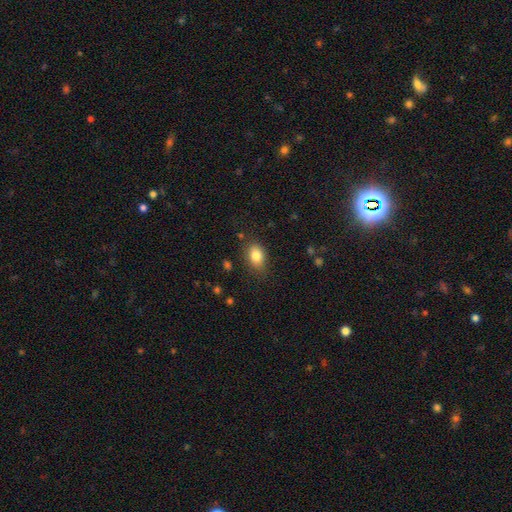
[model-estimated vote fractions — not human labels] Smooth or featured: smooth — 82% (featured or disk — 9%)
How rounded: in between — 80% (round — 18%)
Merging: none — 79% (minor disturbance — 16%)